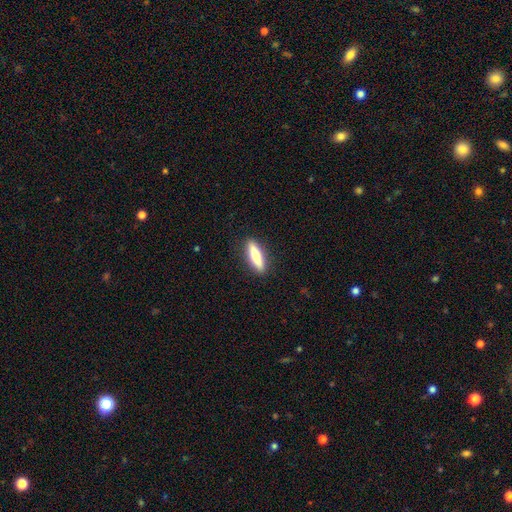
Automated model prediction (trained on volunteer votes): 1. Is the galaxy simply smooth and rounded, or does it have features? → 67% smooth, 27% featured or disk, 6% star or artifact.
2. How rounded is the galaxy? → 75% cigar-shaped, 23% in between, 2% round.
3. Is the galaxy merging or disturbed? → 90% none, 7% minor disturbance, 2% major disturbance, 1% merger.